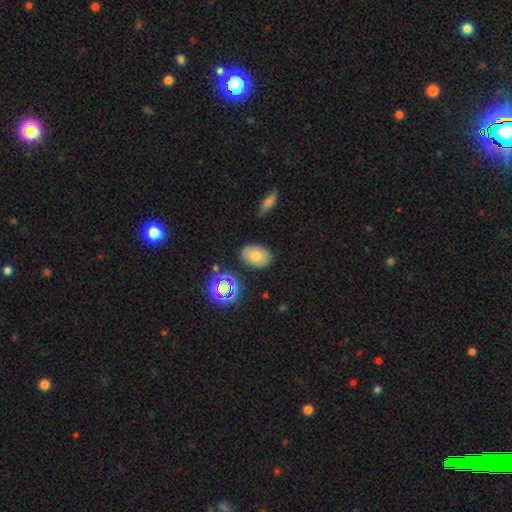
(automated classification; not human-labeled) A smooth galaxy with no disk features (71%) that is in between round and cigar-shaped (84%). Merging: none (83%).